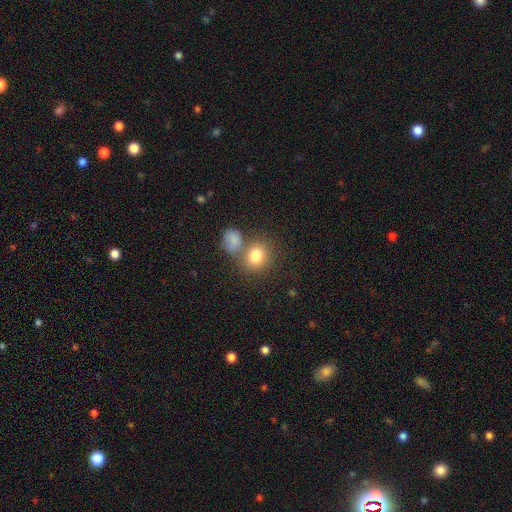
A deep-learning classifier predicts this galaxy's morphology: Smooth or featured? smooth (81%)
How rounded? round (70%)
Merging? none (54%)